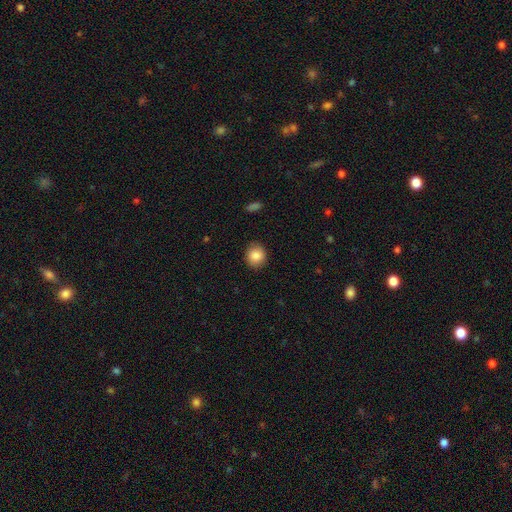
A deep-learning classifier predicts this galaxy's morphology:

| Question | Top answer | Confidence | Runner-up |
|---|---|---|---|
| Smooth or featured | smooth | 86% | star or artifact (9%) |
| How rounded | round | 80% | in between (20%) |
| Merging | none | 88% | minor disturbance (8%) |